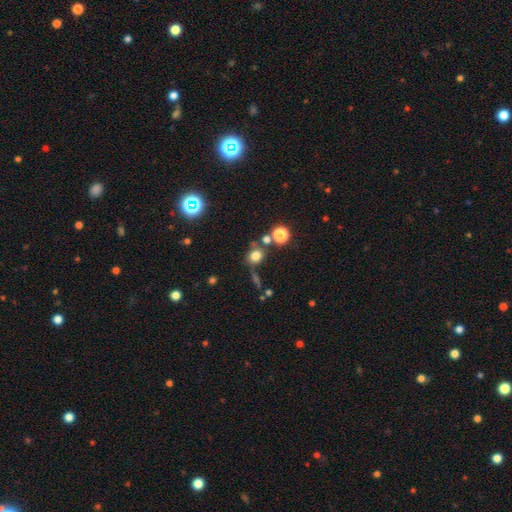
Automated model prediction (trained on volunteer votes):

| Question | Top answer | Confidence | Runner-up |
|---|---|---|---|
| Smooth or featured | smooth | 73% | star or artifact (17%) |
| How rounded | round | 74% | in between (25%) |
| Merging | none | 65% | merger (16%) |